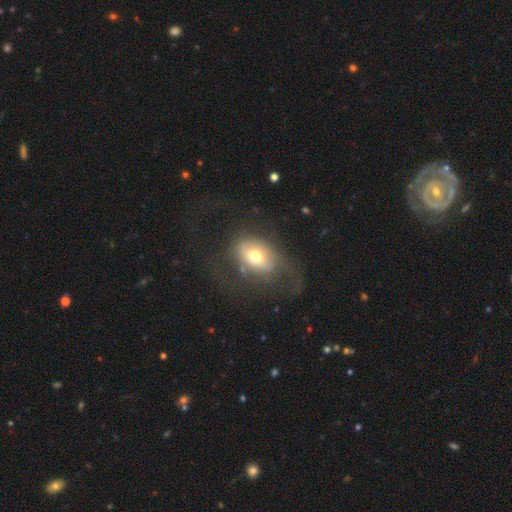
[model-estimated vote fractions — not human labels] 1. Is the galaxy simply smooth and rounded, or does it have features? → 54% smooth, 37% featured or disk, 9% star or artifact.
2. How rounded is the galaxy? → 75% in between, 24% round, 2% cigar-shaped.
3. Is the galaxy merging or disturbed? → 40% none, 37% major disturbance, 21% minor disturbance, 2% merger.